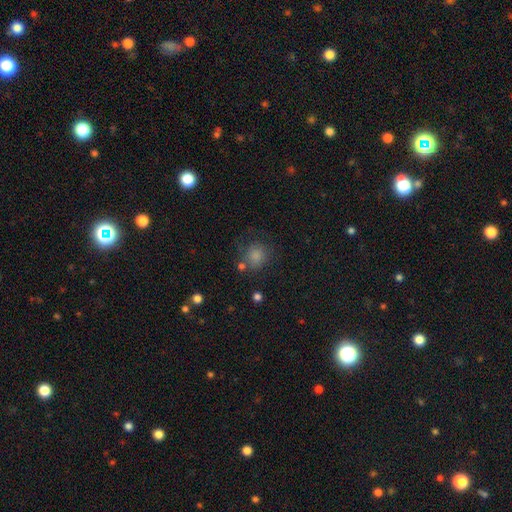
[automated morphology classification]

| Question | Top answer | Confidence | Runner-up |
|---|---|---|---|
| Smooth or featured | smooth | 80% | star or artifact (11%) |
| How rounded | round | 82% | in between (17%) |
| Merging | none | 64% | minor disturbance (19%) |